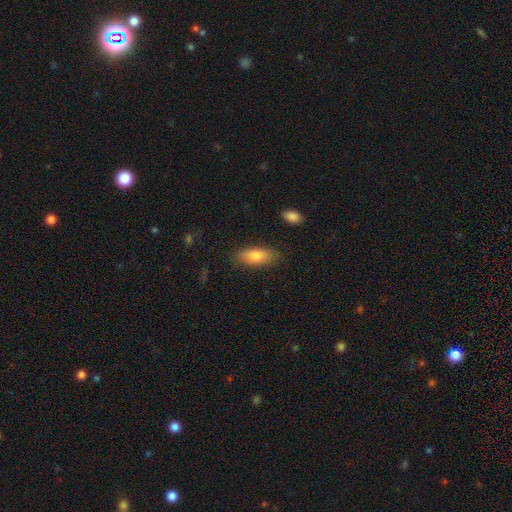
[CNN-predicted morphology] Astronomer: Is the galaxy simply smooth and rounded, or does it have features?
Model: smooth — 81%.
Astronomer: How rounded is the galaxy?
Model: in between — 78%.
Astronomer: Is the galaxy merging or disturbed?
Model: none — 84%.